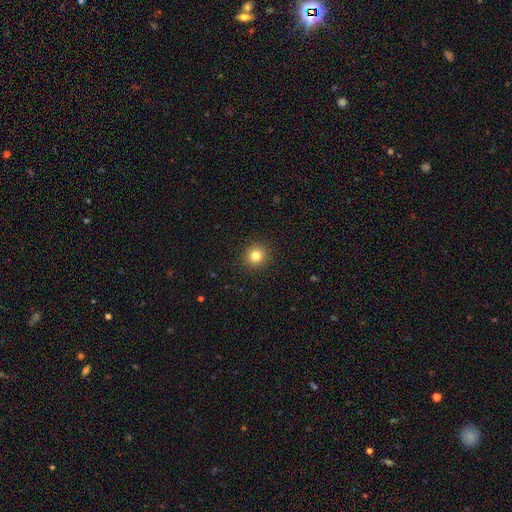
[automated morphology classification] A smooth galaxy with no disk features (81%) that is round (93%).

Vote fractions:
- Smooth or featured? smooth: 81% / star or artifact: 12% / featured or disk: 6%
- How rounded? round: 93% / in between: 6% / cigar-shaped: 1%
- Merging? none: 92% / minor disturbance: 5% / major disturbance: 2% / merger: 1%